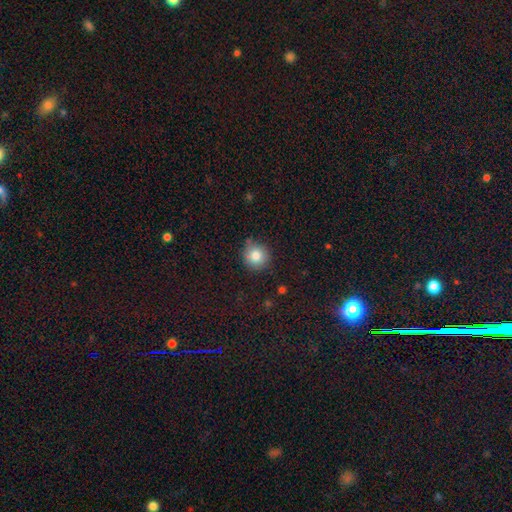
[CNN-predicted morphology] A smooth galaxy with no disk features (82%) that is round (92%).

Vote fractions:
- Smooth or featured? smooth: 82% / star or artifact: 10% / featured or disk: 7%
- How rounded? round: 92% / in between: 7% / cigar-shaped: 1%
- Merging? none: 80% / minor disturbance: 14% / major disturbance: 3% / merger: 3%